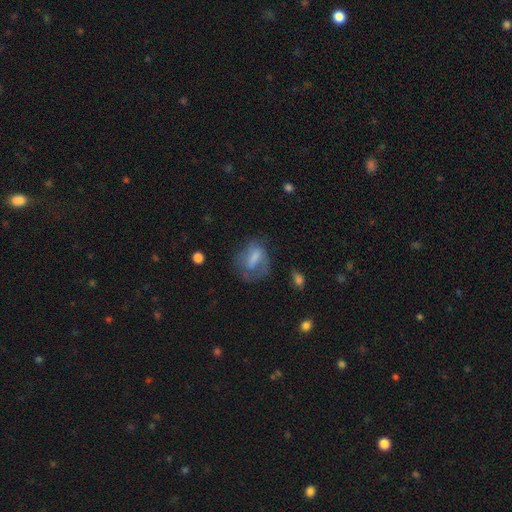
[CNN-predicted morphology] type=smooth (50%); merging=none (51%).